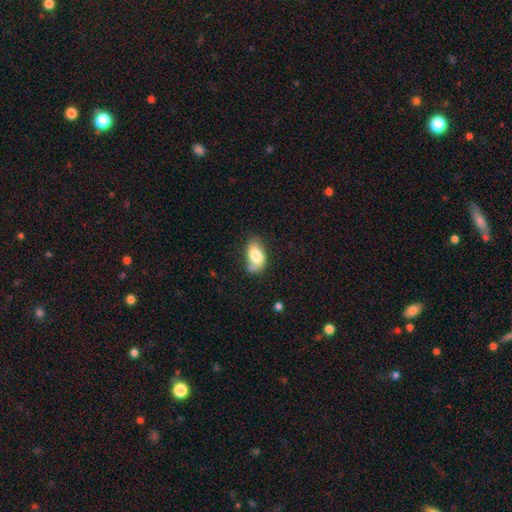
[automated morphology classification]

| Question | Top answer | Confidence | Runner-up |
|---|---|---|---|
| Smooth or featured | smooth | 73% | featured or disk (20%) |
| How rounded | in between | 92% | round (6%) |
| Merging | none | 46% | minor disturbance (35%) |